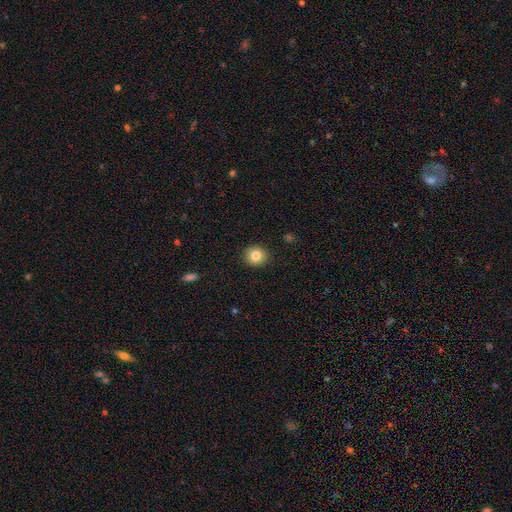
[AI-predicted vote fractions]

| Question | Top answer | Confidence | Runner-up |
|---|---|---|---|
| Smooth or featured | smooth | 83% | star or artifact (10%) |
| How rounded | round | 85% | in between (14%) |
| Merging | none | 91% | minor disturbance (6%) |